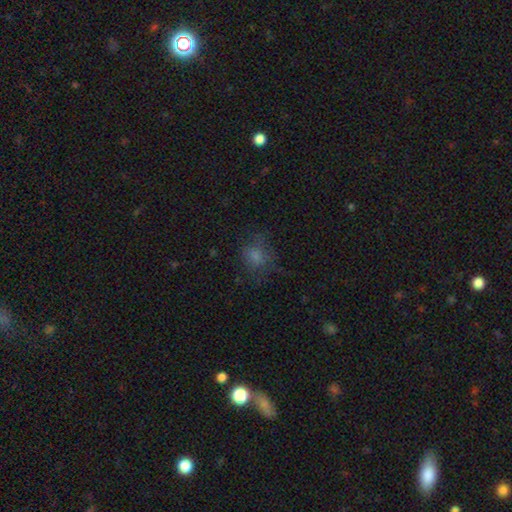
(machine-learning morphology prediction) Q: Smooth or featured?
A: smooth (63%); runner-up: star or artifact (22%)
Q: How rounded?
A: round (71%); runner-up: in between (28%)
Q: Merging?
A: none (67%); runner-up: minor disturbance (19%)